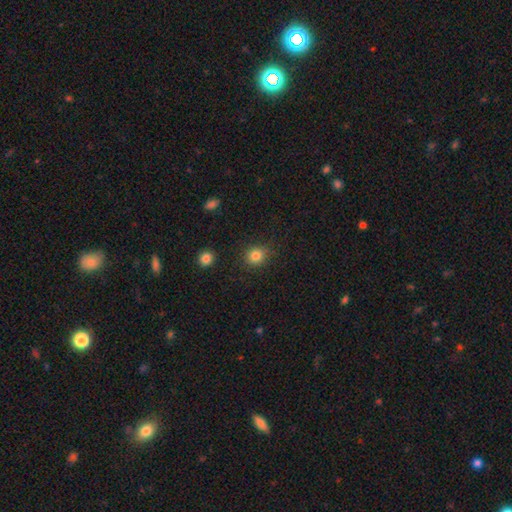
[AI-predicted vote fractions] Smooth or featured: smooth — 84% (star or artifact — 11%)
How rounded: round — 80% (in between — 19%)
Merging: none — 86% (minor disturbance — 9%)